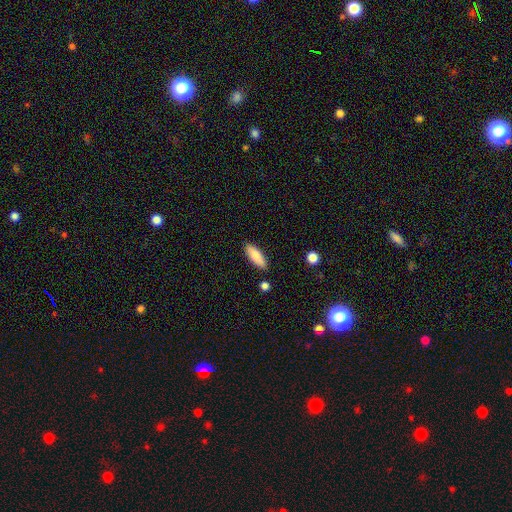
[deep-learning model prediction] Smooth or featured? smooth (84%)
How rounded? in between (60%)
Merging? none (84%)